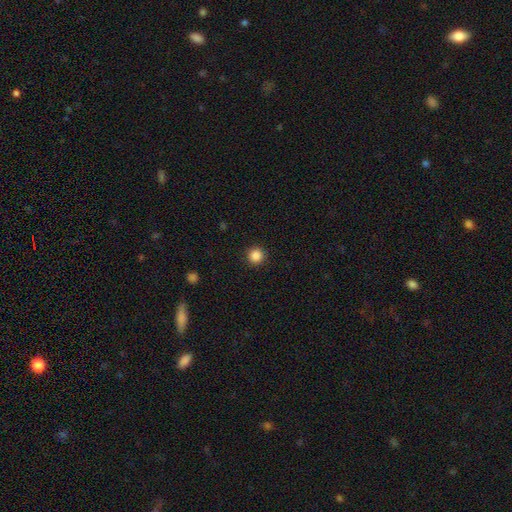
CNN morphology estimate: Smooth or featured? Predicted: smooth (p=0.86). How rounded? Predicted: round (p=0.96). Merging? Predicted: none (p=0.92).